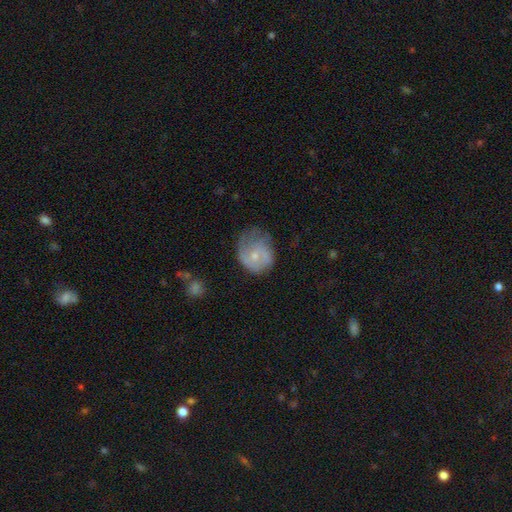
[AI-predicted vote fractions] The model was most divided on "merging": none: 37%, minor disturbance: 34%, major disturbance: 27%, merger: 2%. Remaining: smooth or featured — smooth (49%).